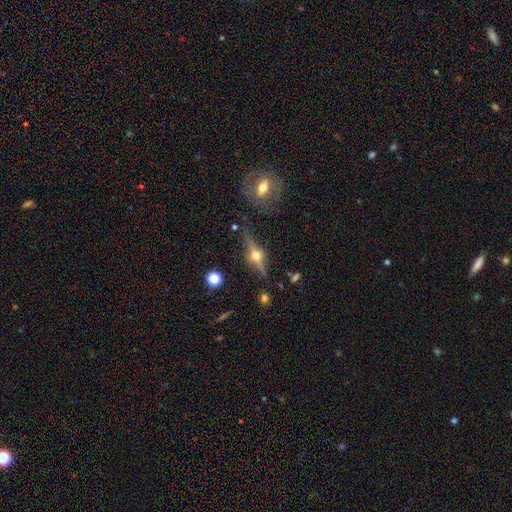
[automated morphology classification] smooth_or_featured: featured or disk (p=0.73) [alt: smooth p=0.16]
disk_edge_on: yes (p=0.93) [alt: no p=0.07]
edge_on_bulge: rounded (p=0.96) [alt: boxy p=0.02]
merging: none (p=0.81) [alt: minor disturbance p=0.12]